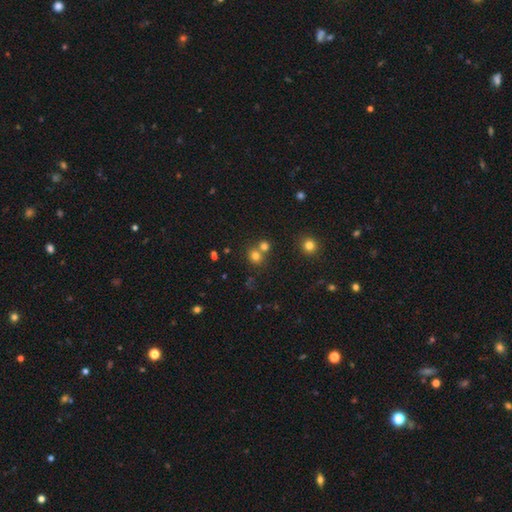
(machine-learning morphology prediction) This appears to be a smooth galaxy with no disk features (74%) that is round (82%). Merging: none (56%).